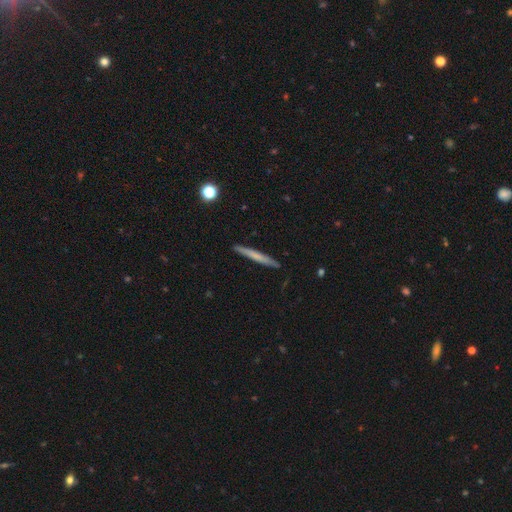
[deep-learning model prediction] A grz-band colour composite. It shows a smooth galaxy with no disk features (58%) that is cigar-shaped (96%). Merging: none (91%).